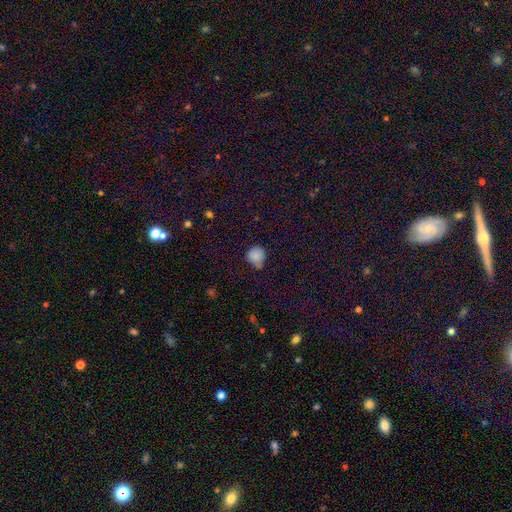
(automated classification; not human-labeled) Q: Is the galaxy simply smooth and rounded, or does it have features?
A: smooth — 83%.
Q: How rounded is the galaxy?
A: round — 81%.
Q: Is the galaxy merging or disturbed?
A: none — 50%.